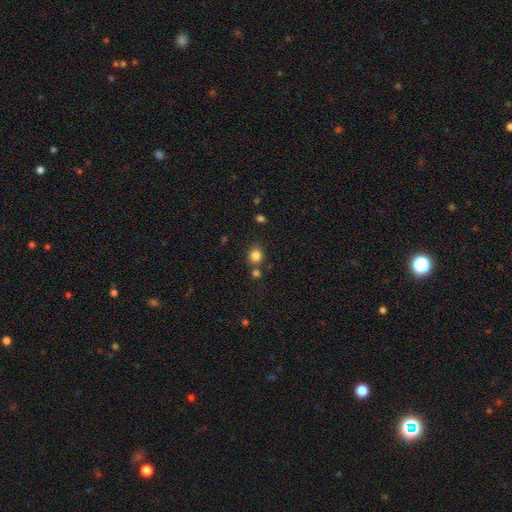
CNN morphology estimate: Smooth or featured?
  - smooth: 83% *
  - star or artifact: 12%
  - featured or disk: 5%
How rounded?
  - round: 81% *
  - in between: 18%
  - cigar-shaped: 1%
Merging?
  - none: 76% *
  - merger: 12%
  - minor disturbance: 9%
  - major disturbance: 3%